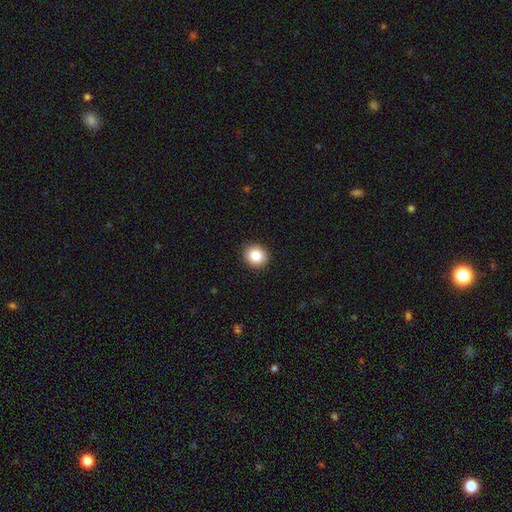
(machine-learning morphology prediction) This appears to be a smooth galaxy with no disk features (86%) that is round (81%). Merging: none (92%).